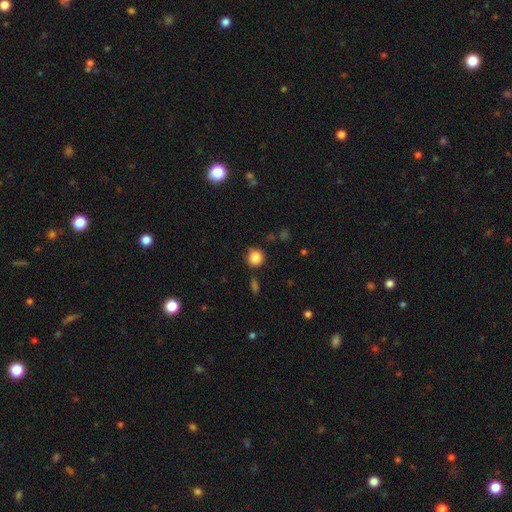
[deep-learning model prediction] A smooth galaxy with no disk features (86%) that is round (88%). Merging: none (80%).